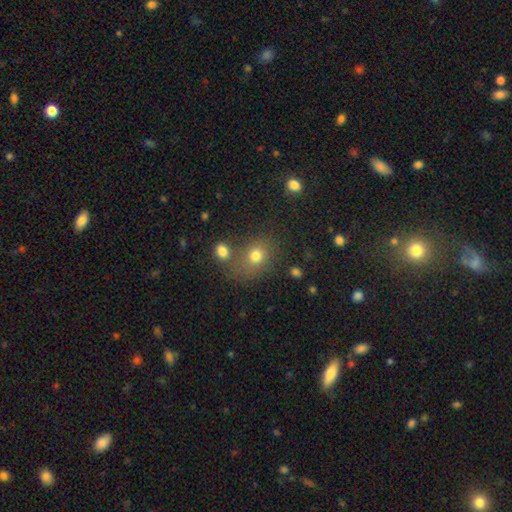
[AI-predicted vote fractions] Smooth or featured? Predicted: smooth (p=0.75). How rounded? Predicted: round (p=0.53). Merging? Predicted: none (p=0.60).